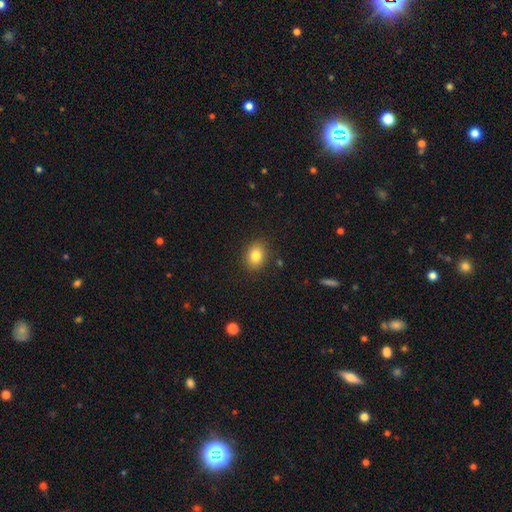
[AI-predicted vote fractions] smooth_or_featured: smooth (p=0.83) [alt: star or artifact p=0.10]
how_rounded: in between (p=0.54) [alt: round p=0.45]
merging: none (p=0.87) [alt: minor disturbance p=0.09]